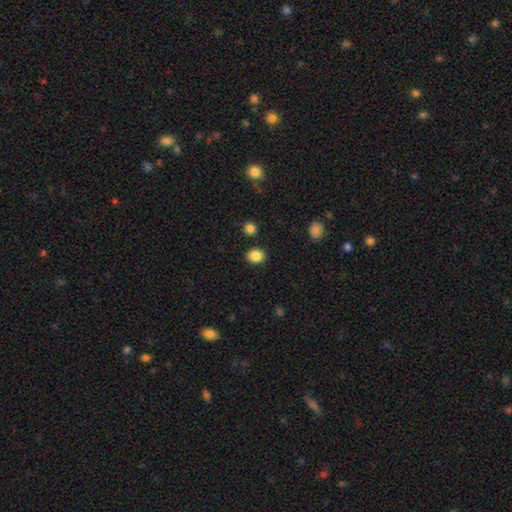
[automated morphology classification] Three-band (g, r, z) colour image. It shows a smooth galaxy with no disk features (86%) that is round (58%). Merging: none (88%).